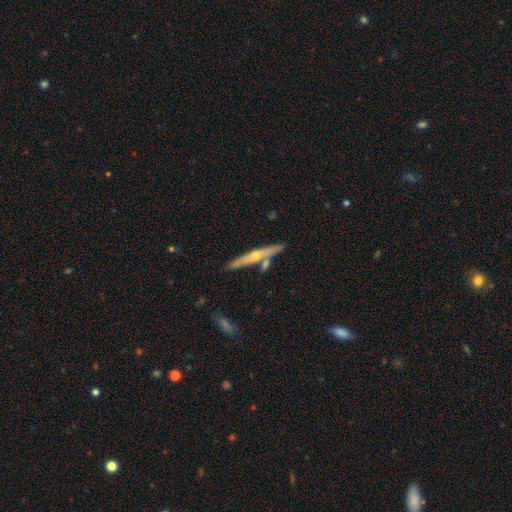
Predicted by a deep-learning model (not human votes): A featured or disk galaxy (65%) viewed edge-on (95%) with a rounded central bulge (84%). Merging: none (75%).